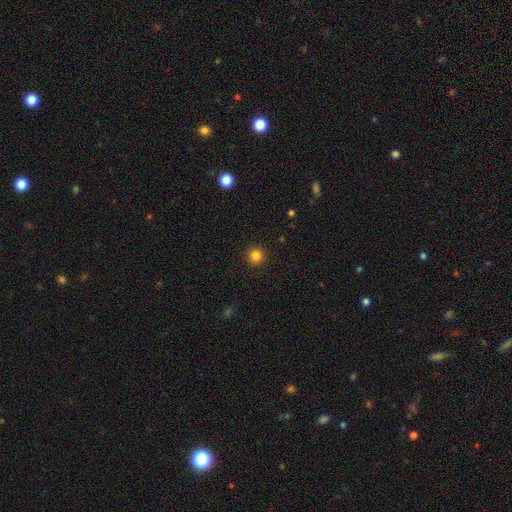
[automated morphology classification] Smooth or featured? Predicted: smooth (p=0.83). How rounded? Predicted: round (p=0.96). Merging? Predicted: none (p=0.93).